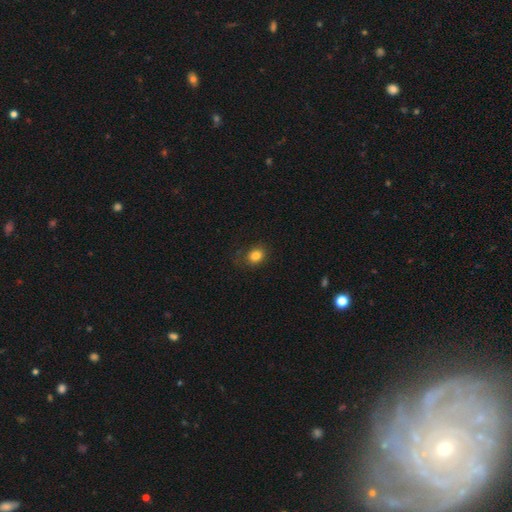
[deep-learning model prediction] Smooth or featured? smooth (84%)
How rounded? round (52%)
Merging? none (78%)